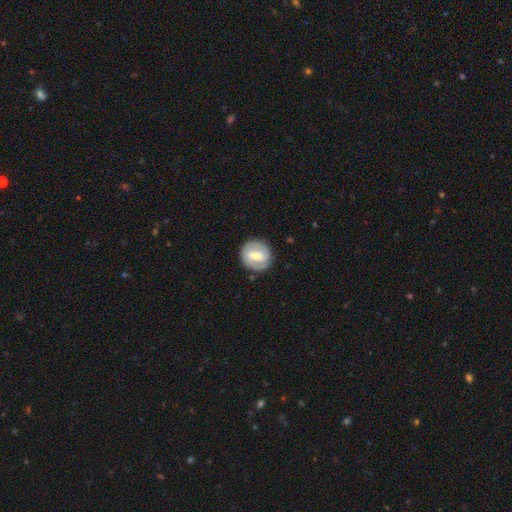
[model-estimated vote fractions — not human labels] smooth_or_featured: featured or disk (p=0.59) [alt: smooth p=0.35]
disk_edge_on: no (p=0.97) [alt: yes p=0.03]
bar: weak (p=0.44) [alt: strong p=0.39]
has_spiral_arms: yes (p=0.66) [alt: no p=0.34]
bulge_size: moderate (p=0.59) [alt: small p=0.33]
merging: none (p=0.84) [alt: minor disturbance p=0.11]